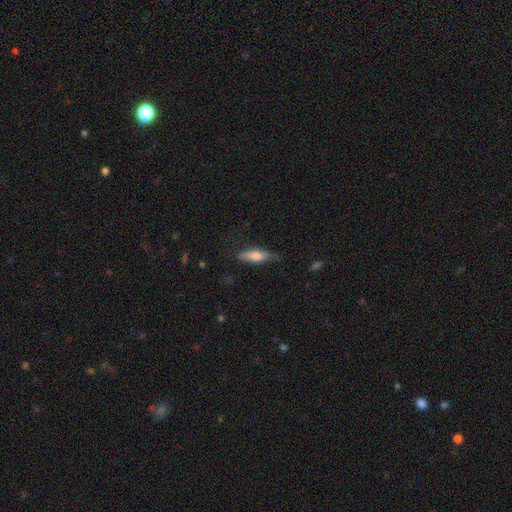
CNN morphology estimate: Smooth or featured? smooth (65%)
How rounded? in between (51%)
Merging? none (67%)